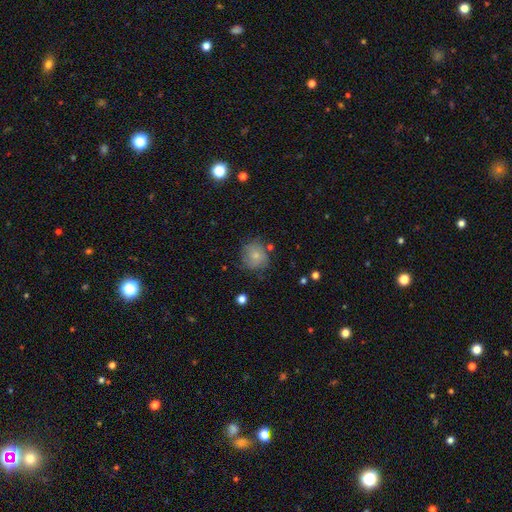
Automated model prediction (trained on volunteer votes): Smooth or featured? smooth (72%)
How rounded? round (85%)
Merging? none (68%)